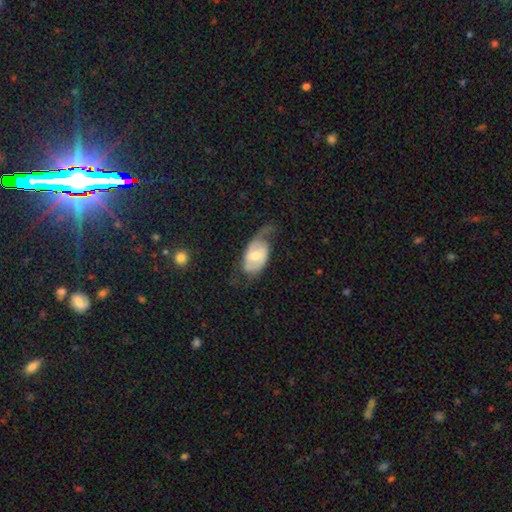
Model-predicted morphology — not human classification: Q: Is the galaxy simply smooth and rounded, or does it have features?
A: featured or disk — 64%.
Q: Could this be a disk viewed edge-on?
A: no — 95%.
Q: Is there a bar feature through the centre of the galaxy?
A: weak — 44%.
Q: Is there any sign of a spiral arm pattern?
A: yes — 82%.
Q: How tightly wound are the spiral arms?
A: loose — 42%.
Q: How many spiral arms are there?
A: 2 — 65%.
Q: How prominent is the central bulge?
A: moderate — 53%.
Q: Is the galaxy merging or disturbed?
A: none — 37%.